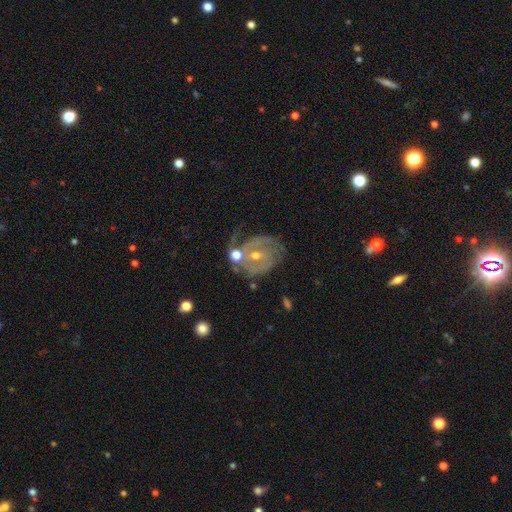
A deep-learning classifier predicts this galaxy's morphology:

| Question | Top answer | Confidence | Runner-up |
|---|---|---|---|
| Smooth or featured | featured or disk | 79% | smooth (13%) |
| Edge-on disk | no | 97% | yes (3%) |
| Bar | no | 53% | weak (36%) |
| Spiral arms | yes | 88% | no (12%) |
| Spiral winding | tight | 54% | medium (34%) |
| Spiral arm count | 2 | 46% | can't tell (26%) |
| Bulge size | small | 53% | moderate (43%) |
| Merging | none | 54% | minor disturbance (21%) |